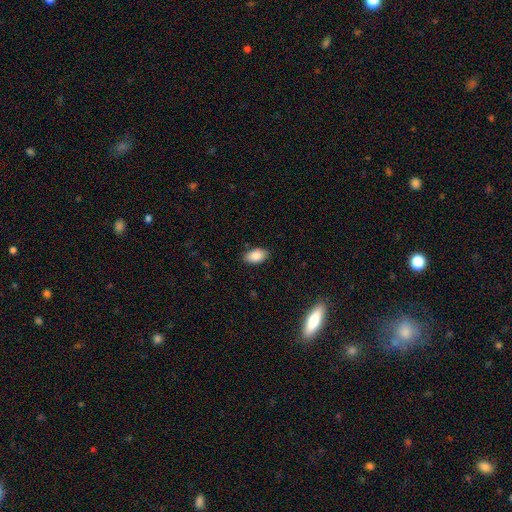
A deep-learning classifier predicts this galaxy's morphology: smooth_or_featured: smooth (p=0.88) [alt: star or artifact p=0.07]
how_rounded: in between (p=0.93) [alt: round p=0.05]
merging: none (p=0.86) [alt: minor disturbance p=0.11]